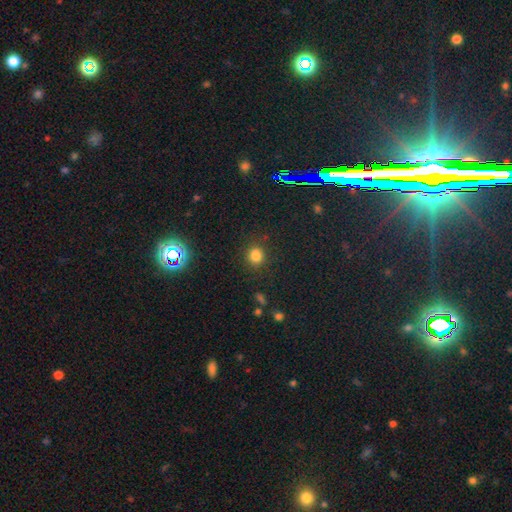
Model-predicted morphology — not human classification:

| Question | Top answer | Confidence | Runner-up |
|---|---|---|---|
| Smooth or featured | smooth | 79% | star or artifact (15%) |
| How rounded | round | 77% | in between (22%) |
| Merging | none | 84% | minor disturbance (10%) |